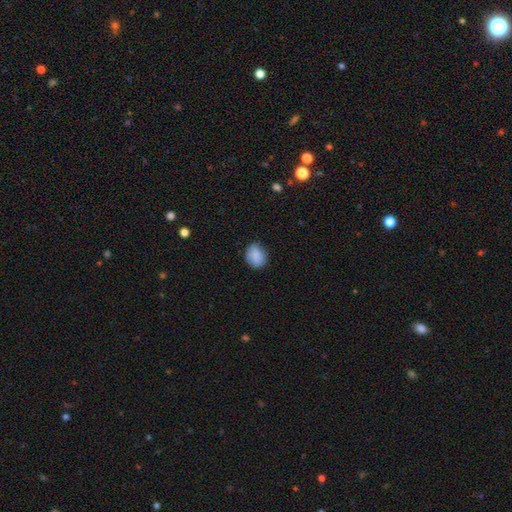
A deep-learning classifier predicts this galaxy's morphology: smooth 86%, star or artifact 7%, featured or disk 7%. Down the decision tree: how rounded — in between (50%); merging — none (77%).